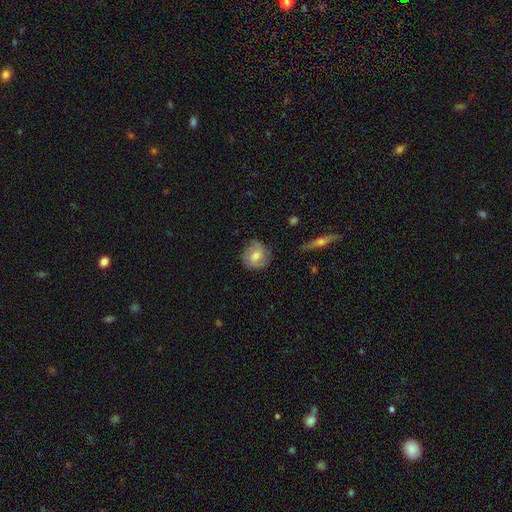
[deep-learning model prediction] This is possibly a smooth galaxy (56%). How rounded: clearly round (82%). Merging: likely none (75%).